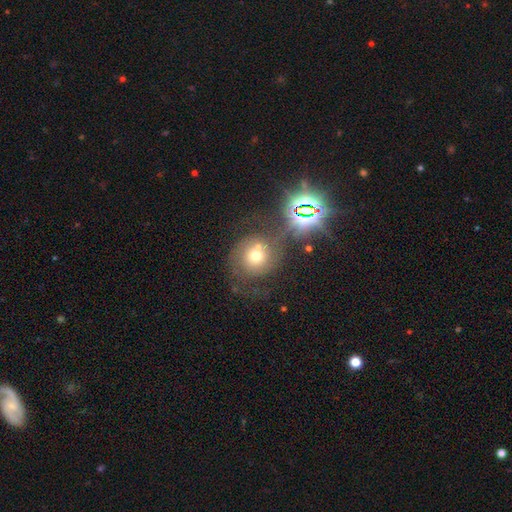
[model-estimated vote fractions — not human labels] Smooth or featured?
  - smooth: 46% *
  - featured or disk: 31%
  - star or artifact: 22%
Merging?
  - none: 48% *
  - merger: 22%
  - minor disturbance: 15%
  - major disturbance: 15%